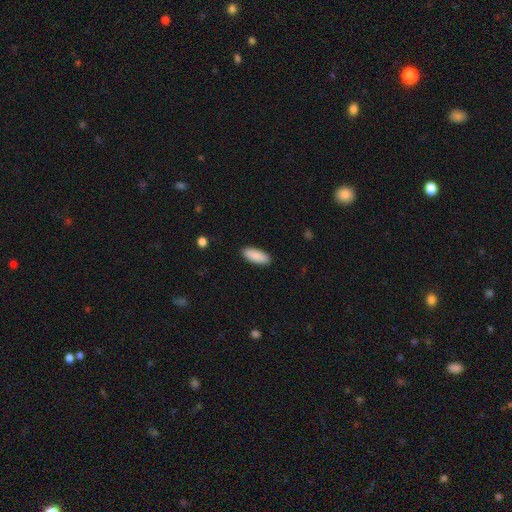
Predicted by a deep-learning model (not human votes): Smooth or featured? smooth (91%)
How rounded? in between (79%)
Merging? none (90%)